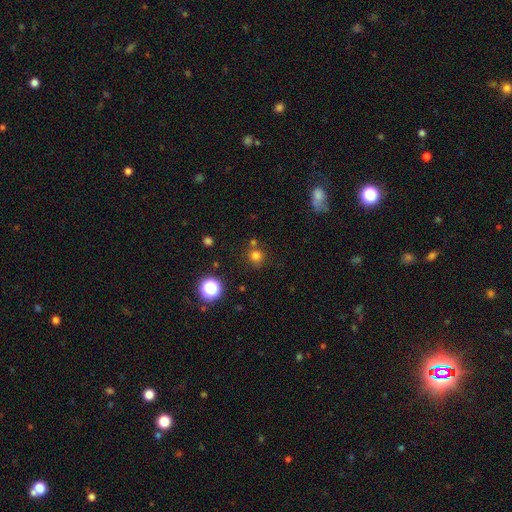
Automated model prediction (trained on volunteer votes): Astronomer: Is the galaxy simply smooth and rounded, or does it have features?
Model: smooth — 75%.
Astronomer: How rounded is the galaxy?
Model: round — 93%.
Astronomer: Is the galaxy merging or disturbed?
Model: none — 75%.